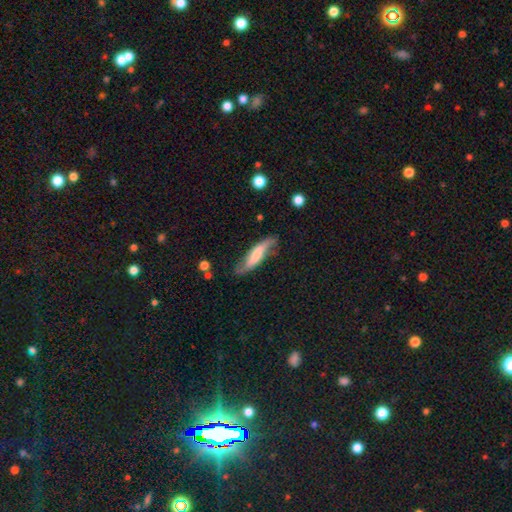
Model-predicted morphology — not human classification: A featured or disk galaxy (48%).

Vote fractions:
- Smooth or featured? featured or disk: 48% / smooth: 45% / star or artifact: 7%
- Merging? none: 66% / minor disturbance: 24% / major disturbance: 7% / merger: 3%